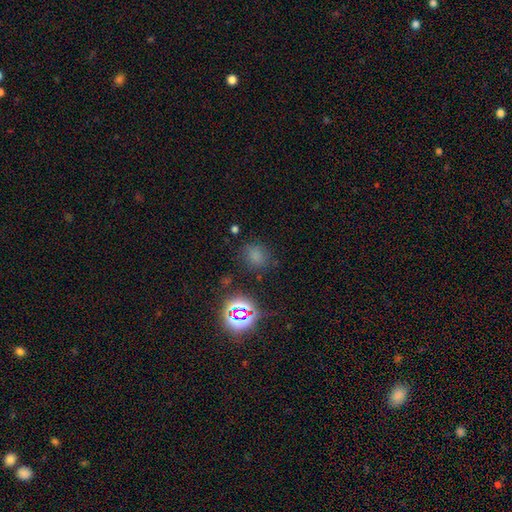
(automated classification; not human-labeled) A smooth galaxy with no disk features (65%) that is round (63%). Merging: none (75%).